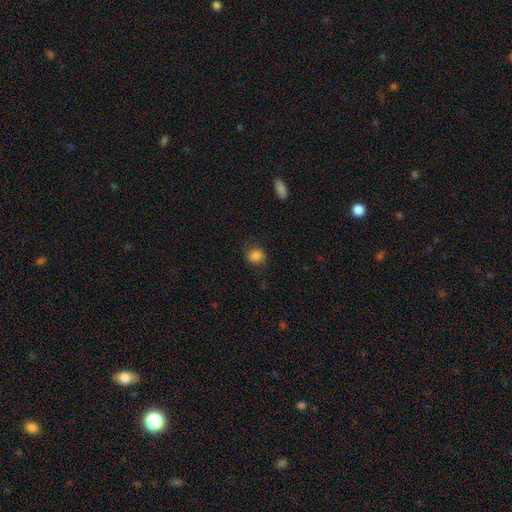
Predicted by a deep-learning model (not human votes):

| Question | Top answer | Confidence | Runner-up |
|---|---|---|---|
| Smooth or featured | smooth | 84% | star or artifact (10%) |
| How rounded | round | 68% | in between (31%) |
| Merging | none | 78% | minor disturbance (16%) |